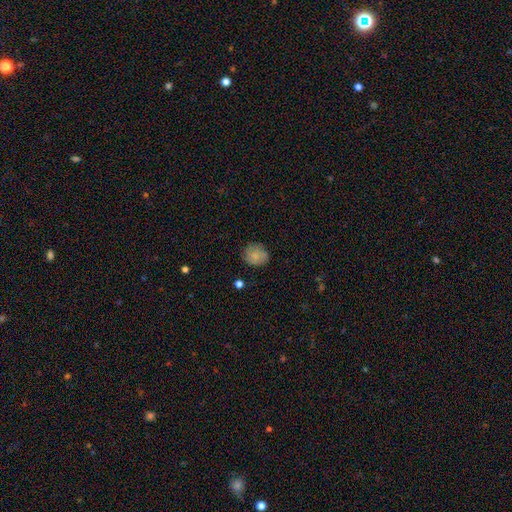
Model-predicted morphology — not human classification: smooth_or_featured: smooth (p=0.78) [alt: featured or disk p=0.14]
how_rounded: round (p=0.75) [alt: in between p=0.24]
merging: none (p=0.80) [alt: minor disturbance p=0.16]